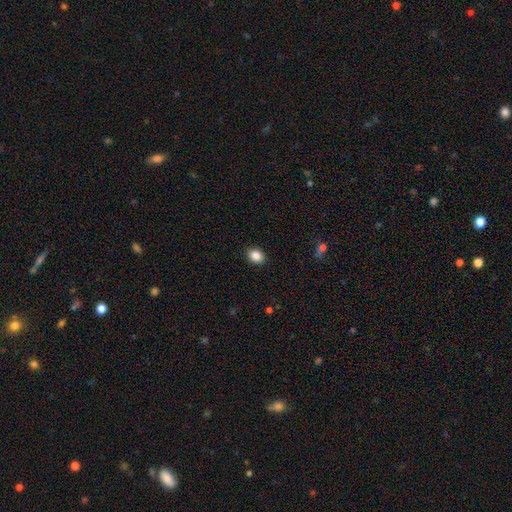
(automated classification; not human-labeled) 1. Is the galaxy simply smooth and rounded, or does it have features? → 87% smooth, 9% star or artifact, 3% featured or disk.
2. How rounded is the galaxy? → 50% round, 49% in between, 1% cigar-shaped.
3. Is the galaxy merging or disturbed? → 90% none, 7% minor disturbance, 2% major disturbance, 1% merger.